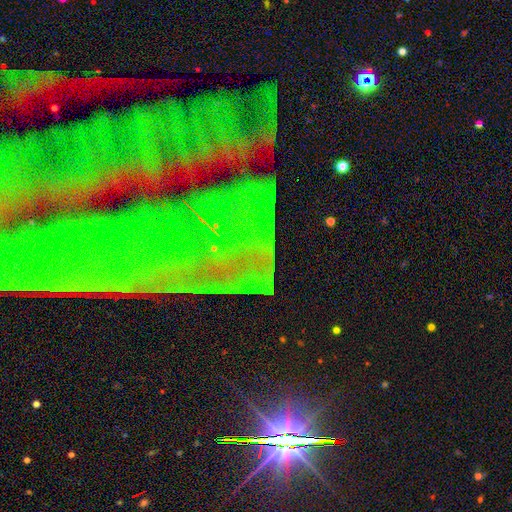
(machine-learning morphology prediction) Smooth or featured? Predicted: star or artifact (p=0.82).